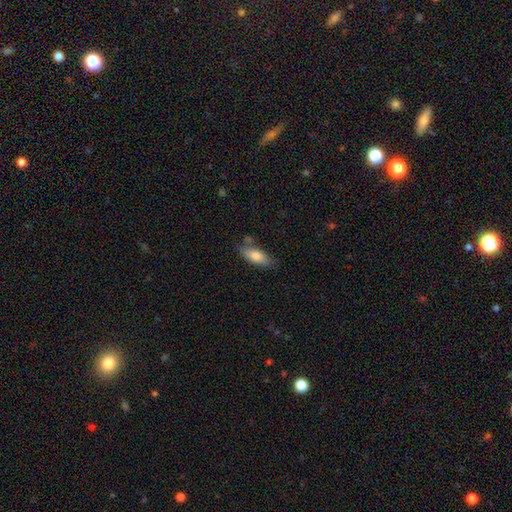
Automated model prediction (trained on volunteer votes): Smooth or featured?
  - smooth: 78% *
  - featured or disk: 15%
  - star or artifact: 7%
How rounded?
  - in between: 80% *
  - cigar-shaped: 18%
  - round: 3%
Merging?
  - none: 71% *
  - minor disturbance: 18%
  - merger: 7%
  - major disturbance: 4%